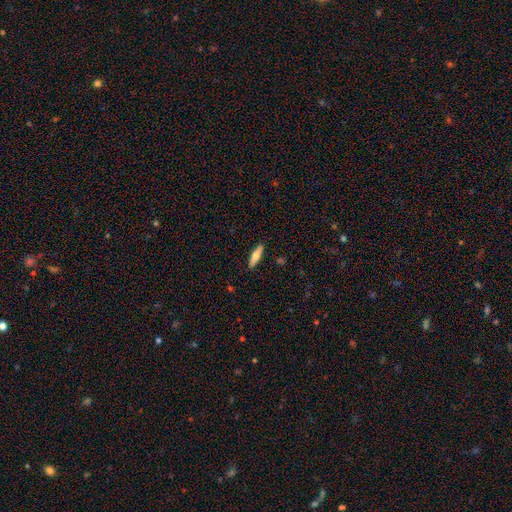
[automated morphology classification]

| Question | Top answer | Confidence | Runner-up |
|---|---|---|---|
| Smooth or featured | smooth | 59% | featured or disk (35%) |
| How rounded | cigar-shaped | 65% | in between (33%) |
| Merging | none | 89% | minor disturbance (8%) |